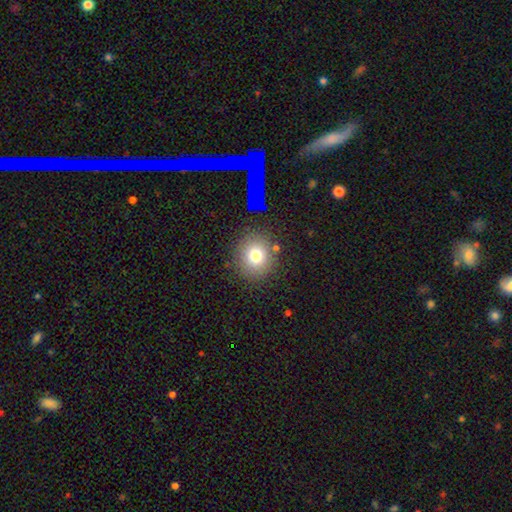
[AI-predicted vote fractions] Smooth or featured?
  - smooth: 74% *
  - star or artifact: 16%
  - featured or disk: 10%
How rounded?
  - round: 88% *
  - in between: 11%
  - cigar-shaped: 1%
Merging?
  - none: 84% *
  - minor disturbance: 8%
  - merger: 4%
  - major disturbance: 3%